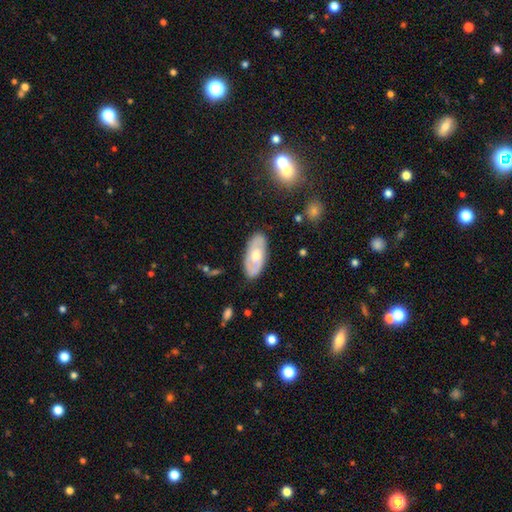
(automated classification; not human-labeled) Smooth or featured?
  - featured or disk: 54% *
  - smooth: 40%
  - star or artifact: 6%
Edge-on disk?
  - no: 85% *
  - yes: 15%
Merging?
  - none: 83% *
  - minor disturbance: 13%
  - major disturbance: 3%
  - merger: 1%